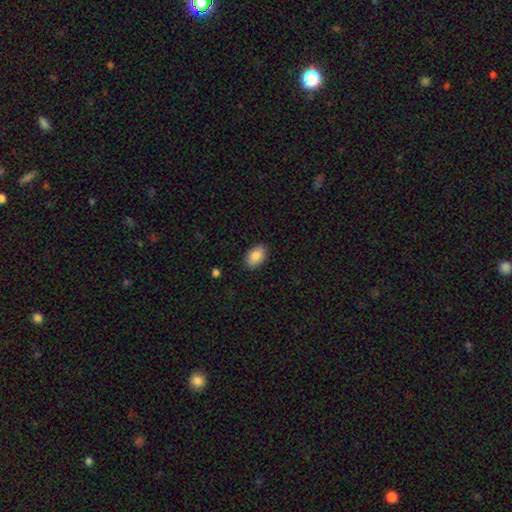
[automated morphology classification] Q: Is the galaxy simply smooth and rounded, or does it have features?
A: smooth — 87%.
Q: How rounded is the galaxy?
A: in between — 92%.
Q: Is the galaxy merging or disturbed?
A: none — 88%.